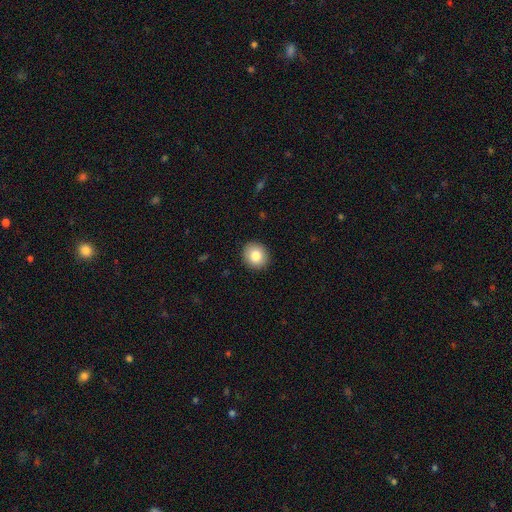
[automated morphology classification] smooth_or_featured: smooth (p=0.83) [alt: featured or disk p=0.09]
how_rounded: round (p=0.82) [alt: in between p=0.17]
merging: none (p=0.92) [alt: minor disturbance p=0.06]